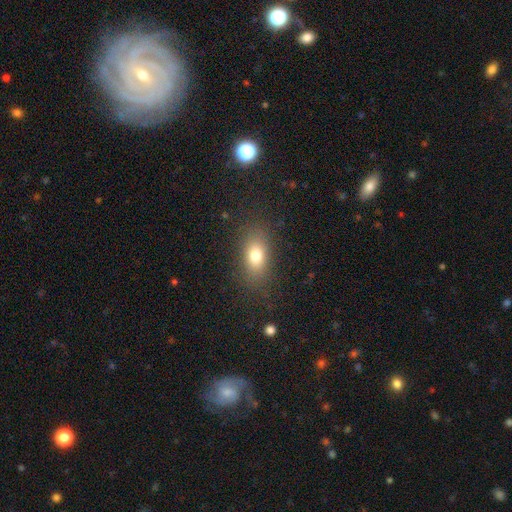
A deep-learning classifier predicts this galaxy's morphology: Smooth or featured: smooth — 77% (featured or disk — 12%)
How rounded: in between — 82% (round — 12%)
Merging: none — 82% (minor disturbance — 11%)